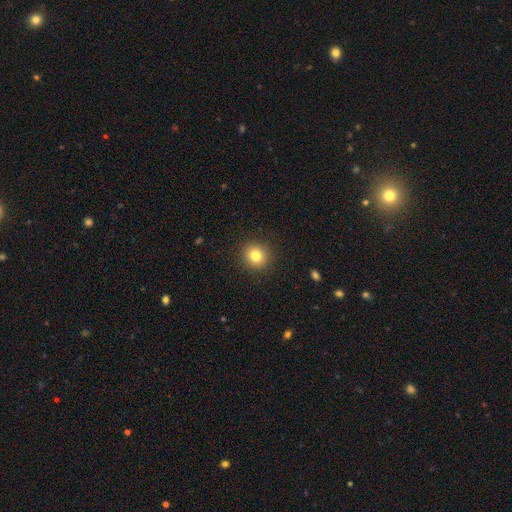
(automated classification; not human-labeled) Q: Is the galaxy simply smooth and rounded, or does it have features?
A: smooth — 81%.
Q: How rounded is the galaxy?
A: round — 87%.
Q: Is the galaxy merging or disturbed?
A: none — 91%.